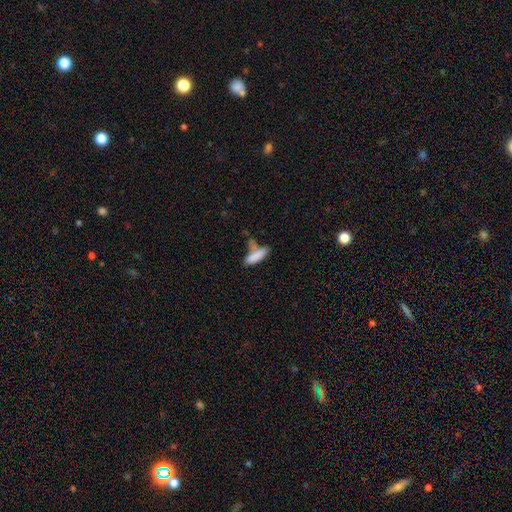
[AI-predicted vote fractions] Smooth or featured?
  - smooth: 81% *
  - featured or disk: 11%
  - star or artifact: 8%
How rounded?
  - cigar-shaped: 55% *
  - in between: 43%
  - round: 2%
Merging?
  - none: 41% *
  - merger: 29%
  - minor disturbance: 19%
  - major disturbance: 11%